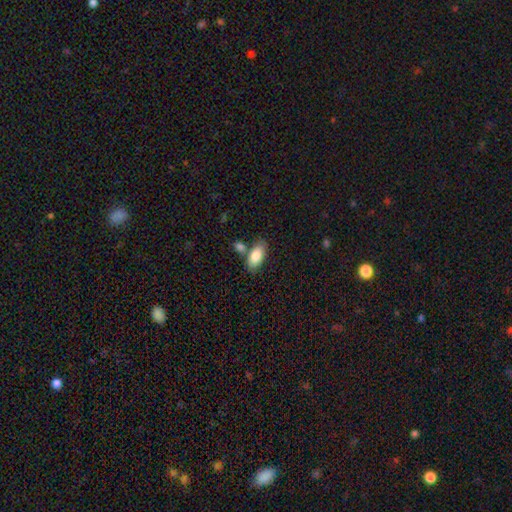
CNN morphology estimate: A smooth galaxy with no disk features (84%) that is in between round and cigar-shaped (91%).

Vote fractions:
- Smooth or featured? smooth: 84% / featured or disk: 10% / star or artifact: 6%
- How rounded? in between: 91% / cigar-shaped: 6% / round: 3%
- Merging? none: 66% / merger: 18% / minor disturbance: 12% / major disturbance: 3%